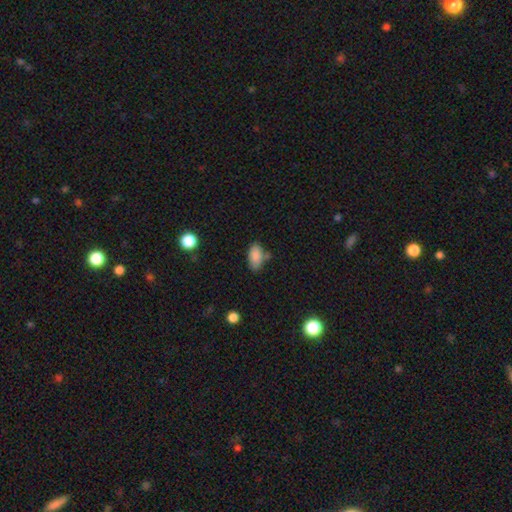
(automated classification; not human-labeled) smooth-or-featured: smooth: 86% | star or artifact: 8% | featured or disk: 6%
  how-rounded: in between: 92% | round: 4% | cigar-shaped: 4%
  merging: none: 65% | minor disturbance: 21% | merger: 9% | major disturbance: 5%